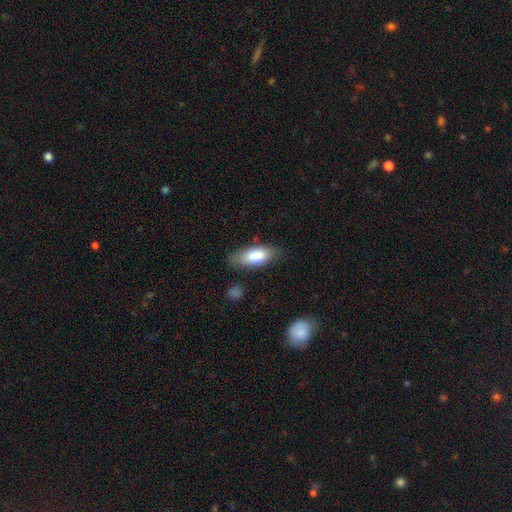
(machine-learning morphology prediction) A smooth galaxy with no disk features (82%) that is in between round and cigar-shaped (81%).

Vote fractions:
- Smooth or featured? smooth: 82% / featured or disk: 12% / star or artifact: 6%
- How rounded? in between: 81% / cigar-shaped: 17% / round: 2%
- Merging? none: 76% / minor disturbance: 17% / major disturbance: 4% / merger: 2%